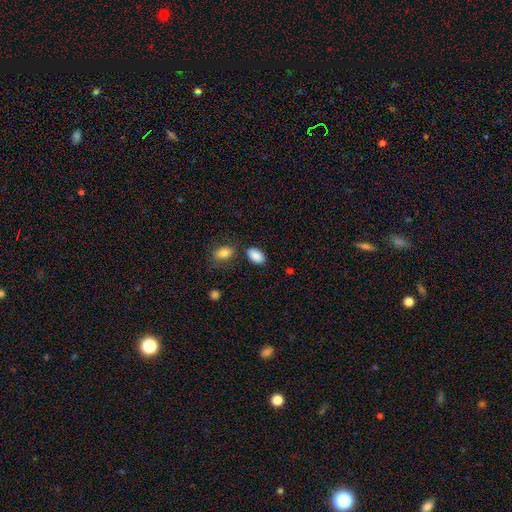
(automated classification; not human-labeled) Morphology: type=smooth (88%); roundness=in between (93%); merging=none (78%).